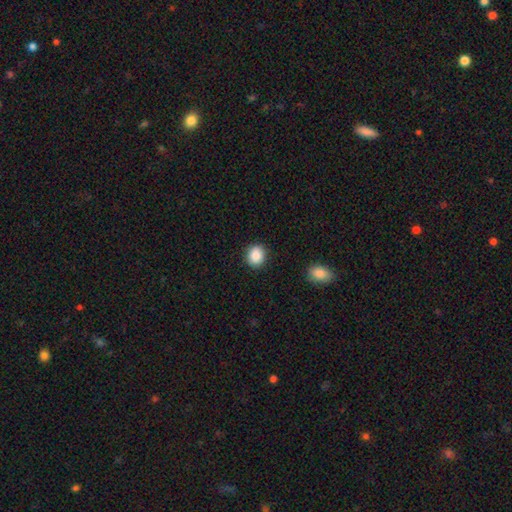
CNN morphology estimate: This is clearly a smooth galaxy (88%). How rounded: likely round (74%). Merging: clearly none (91%).